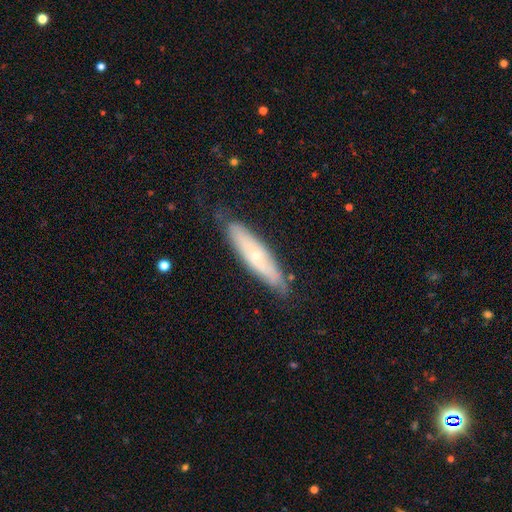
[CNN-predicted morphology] Overall: featured or disk (52%; smooth 42%). Edge-on disk: yes (52%; no 48%). Merging: none (76%).